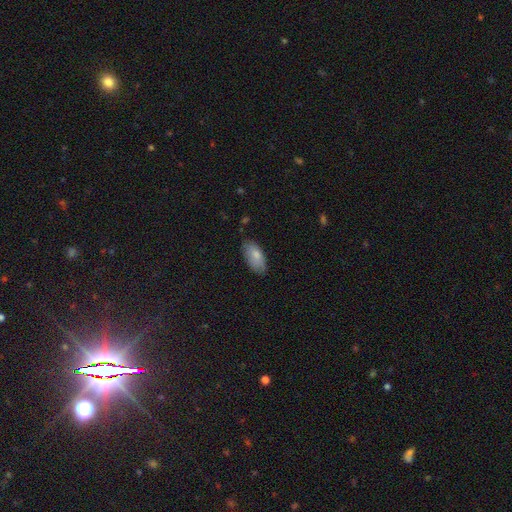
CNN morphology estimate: This is clearly a smooth galaxy (81%). How rounded: clearly in between (91%). Merging: likely none (78%).